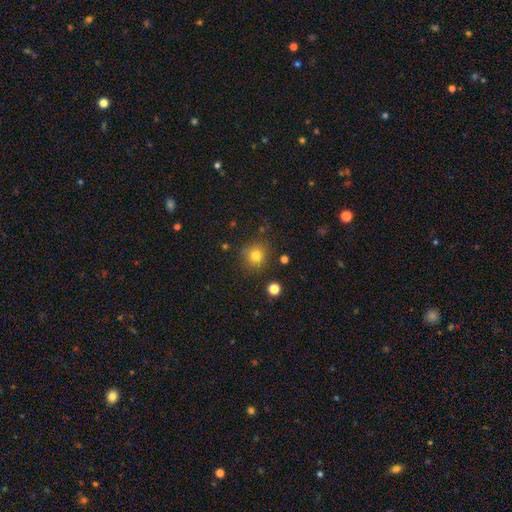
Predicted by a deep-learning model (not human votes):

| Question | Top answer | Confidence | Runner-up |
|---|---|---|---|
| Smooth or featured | smooth | 79% | star or artifact (14%) |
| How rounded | round | 91% | in between (8%) |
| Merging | none | 85% | minor disturbance (10%) |